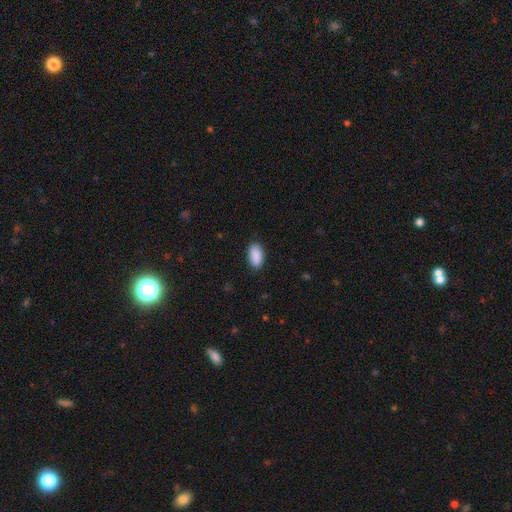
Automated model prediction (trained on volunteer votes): Overall: smooth (91%). How rounded: in between (94%). Merging: none (87%).